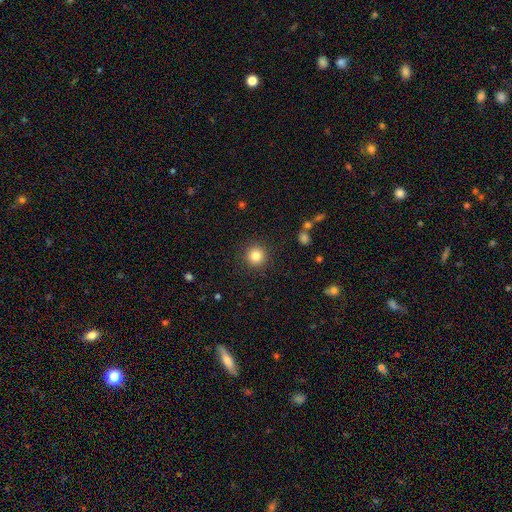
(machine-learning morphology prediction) The model was most divided on "smooth or featured": smooth: 83%, star or artifact: 11%, featured or disk: 6%. More confident: how rounded — round (95%); merging — none (91%).